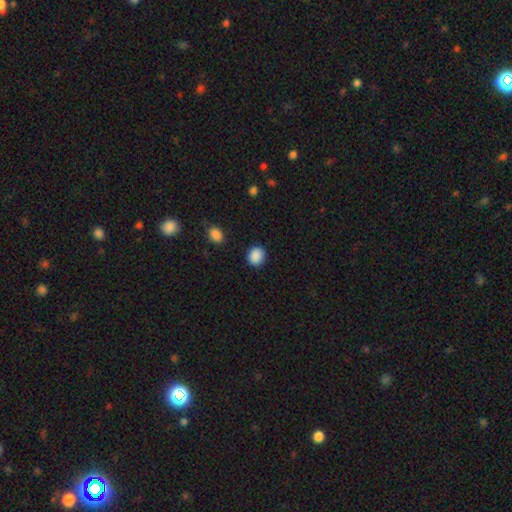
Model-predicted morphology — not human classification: A smooth galaxy with no disk features (89%) that is round (79%). Merging: none (88%).